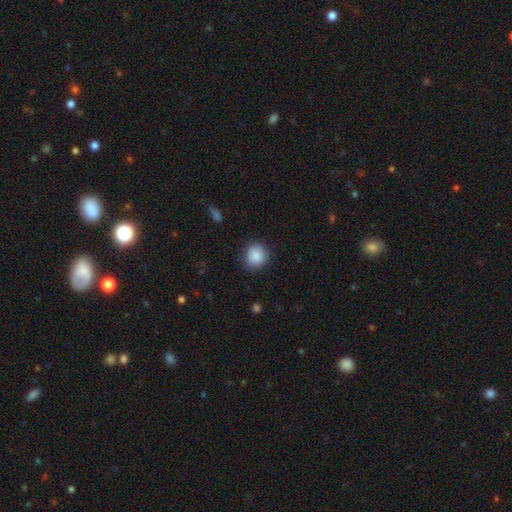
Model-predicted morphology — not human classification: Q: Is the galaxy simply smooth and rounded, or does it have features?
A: smooth — 88%.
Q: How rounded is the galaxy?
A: round — 88%.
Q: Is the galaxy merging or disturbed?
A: none — 85%.